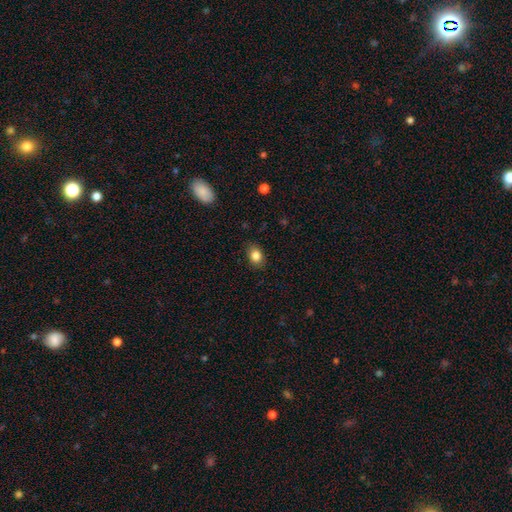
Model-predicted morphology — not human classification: This is clearly a smooth galaxy (84%). How rounded: likely in between (69%). Merging: clearly none (84%).